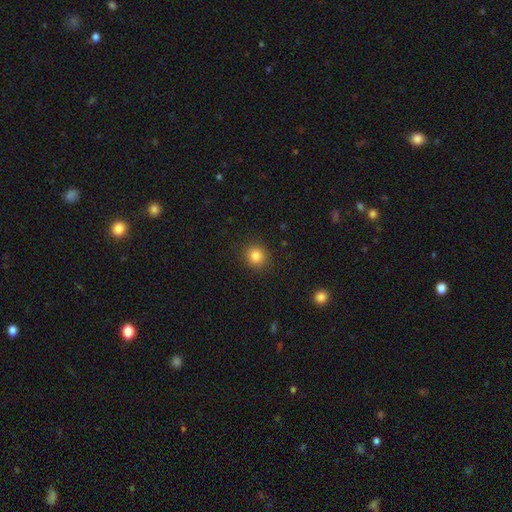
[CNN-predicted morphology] A smooth galaxy with no disk features (85%) that is round (87%).

Vote fractions:
- Smooth or featured? smooth: 85% / star or artifact: 11% / featured or disk: 5%
- How rounded? round: 87% / in between: 12% / cigar-shaped: 1%
- Merging? none: 90% / minor disturbance: 7% / major disturbance: 2% / merger: 1%